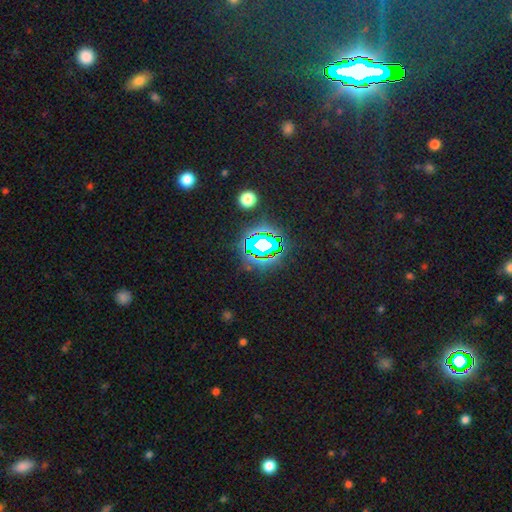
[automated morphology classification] type=star or artifact (81%).